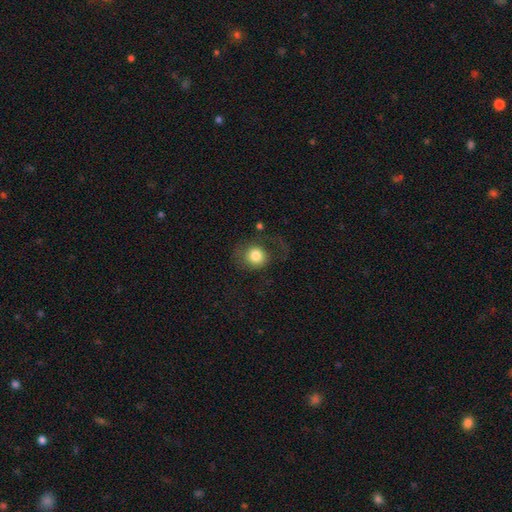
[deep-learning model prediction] smooth_or_featured: smooth (p=0.78) [alt: featured or disk p=0.14]
how_rounded: round (p=0.82) [alt: in between p=0.18]
merging: none (p=0.48) [alt: major disturbance p=0.32]